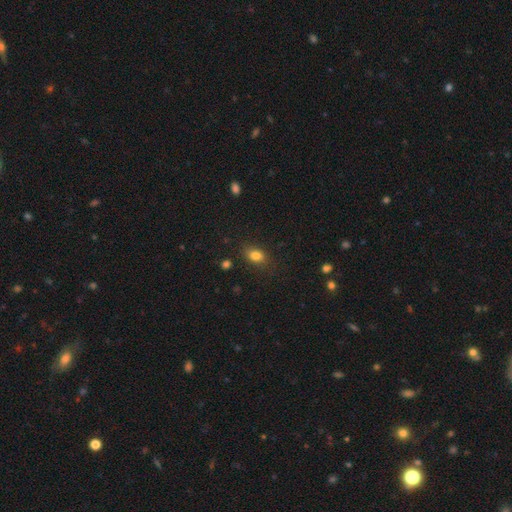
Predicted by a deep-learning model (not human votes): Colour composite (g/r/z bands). It shows a smooth galaxy with no disk features (82%) that is in between round and cigar-shaped (76%). Merging: none (80%).